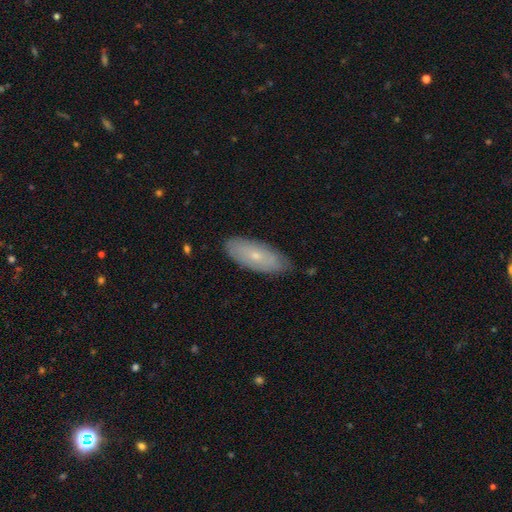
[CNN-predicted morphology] Smooth or featured?
  - smooth: 57% *
  - featured or disk: 37%
  - star or artifact: 7%
How rounded?
  - in between: 75% *
  - cigar-shaped: 22%
  - round: 3%
Merging?
  - none: 82% *
  - minor disturbance: 15%
  - major disturbance: 2%
  - merger: 1%